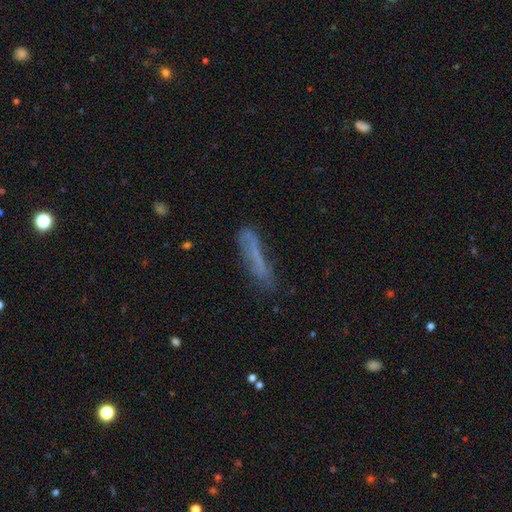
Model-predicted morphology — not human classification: Smooth or featured: smooth — 51% (featured or disk — 37%)
How rounded: cigar-shaped — 86% (in between — 12%)
Merging: none — 62% (minor disturbance — 23%)